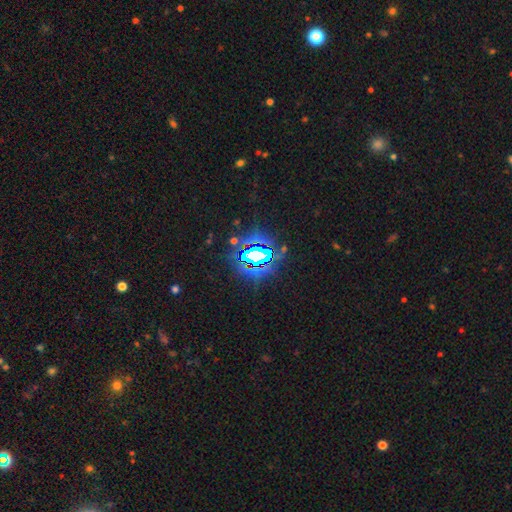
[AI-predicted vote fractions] Smooth or featured? Predicted: star or artifact (p=0.76).